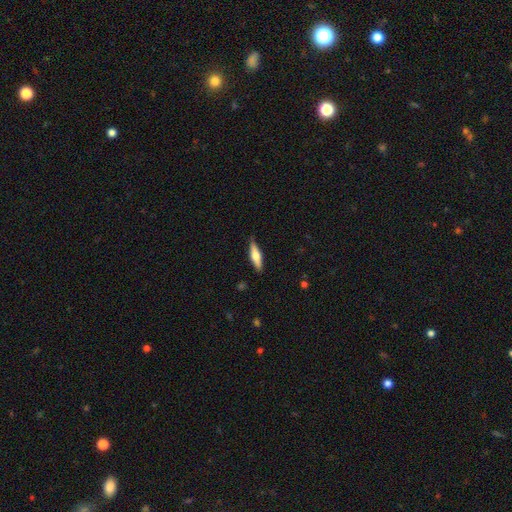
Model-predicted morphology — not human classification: Smooth or featured?
  - smooth: 55% *
  - featured or disk: 39%
  - star or artifact: 6%
How rounded?
  - cigar-shaped: 66% *
  - in between: 32%
  - round: 2%
Merging?
  - none: 85% *
  - minor disturbance: 11%
  - major disturbance: 2%
  - merger: 1%